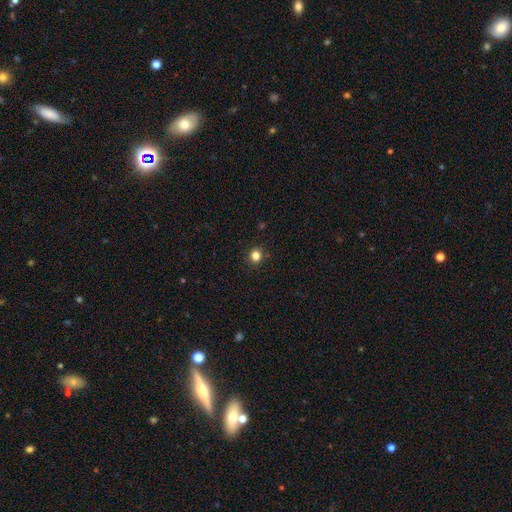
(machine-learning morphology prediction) type=smooth (82%); roundness=round (85%); merging=none (91%).